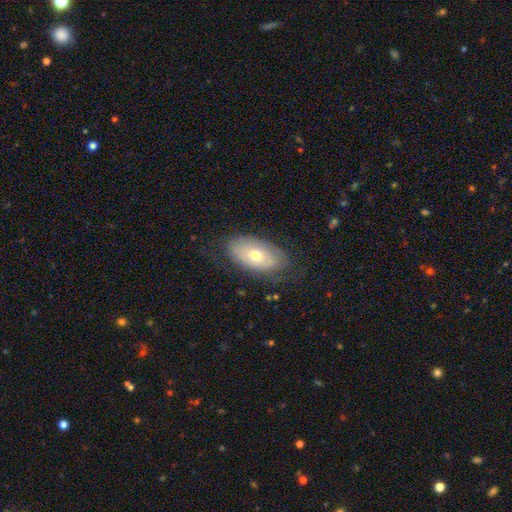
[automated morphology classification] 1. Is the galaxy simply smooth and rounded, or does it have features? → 57% smooth, 36% featured or disk, 7% star or artifact.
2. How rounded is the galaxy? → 93% in between, 4% round, 3% cigar-shaped.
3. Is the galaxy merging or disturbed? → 73% none, 19% minor disturbance, 7% major disturbance, 1% merger.